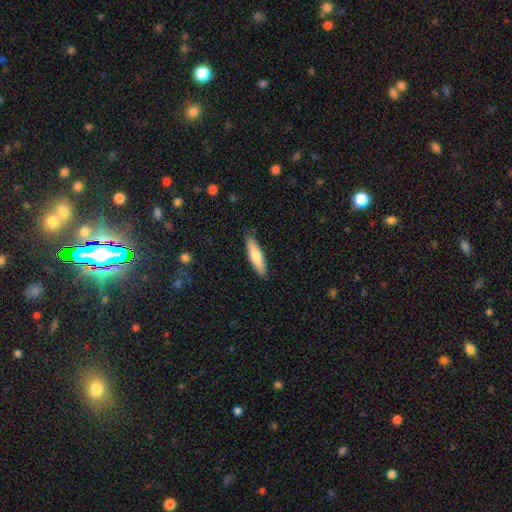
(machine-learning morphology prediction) A smooth galaxy with no disk features (71%) that is cigar-shaped (67%). Merging: none (87%).